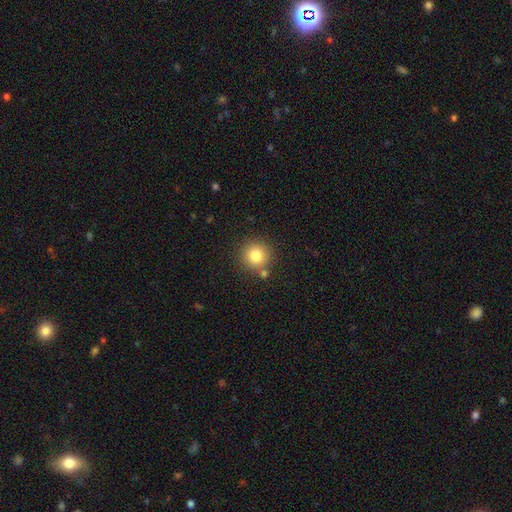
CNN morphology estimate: Smooth or featured?
  - smooth: 82% *
  - star or artifact: 11%
  - featured or disk: 7%
How rounded?
  - round: 93% *
  - in between: 6%
  - cigar-shaped: 1%
Merging?
  - none: 80% *
  - merger: 9%
  - minor disturbance: 8%
  - major disturbance: 3%